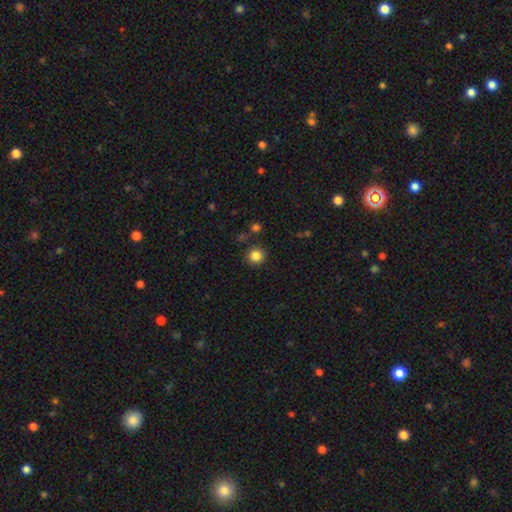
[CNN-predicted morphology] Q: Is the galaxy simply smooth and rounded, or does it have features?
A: smooth — 84%.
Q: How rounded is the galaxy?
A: round — 92%.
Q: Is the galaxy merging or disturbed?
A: none — 87%.